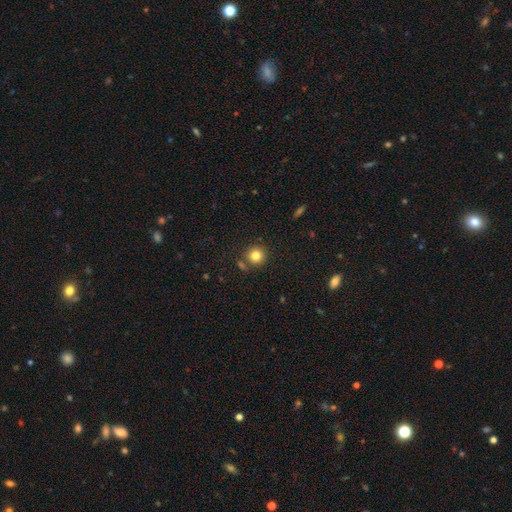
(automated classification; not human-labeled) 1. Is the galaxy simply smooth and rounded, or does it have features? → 81% smooth, 12% star or artifact, 7% featured or disk.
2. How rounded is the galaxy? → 93% round, 6% in between, 1% cigar-shaped.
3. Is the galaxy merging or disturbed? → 81% none, 9% merger, 8% minor disturbance, 3% major disturbance.